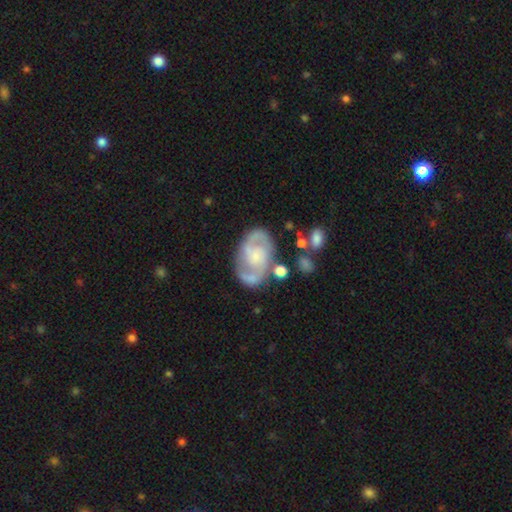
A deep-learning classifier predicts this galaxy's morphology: Smooth or featured? featured or disk (84%)
Edge-on disk? no (97%)
Bar? no (55%)
Spiral arms? yes (94%)
Spiral winding? medium (53%)
Spiral arm count? 2 (88%)
Bulge size? small (52%)
Merging? none (71%)